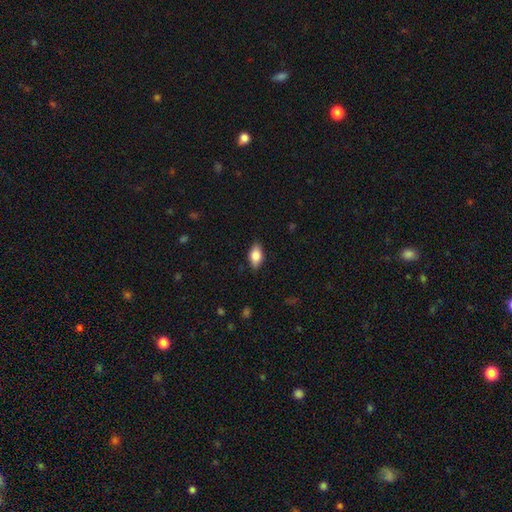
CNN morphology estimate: A smooth galaxy with no disk features (80%) that is in between round and cigar-shaped (90%). Merging: none (85%).